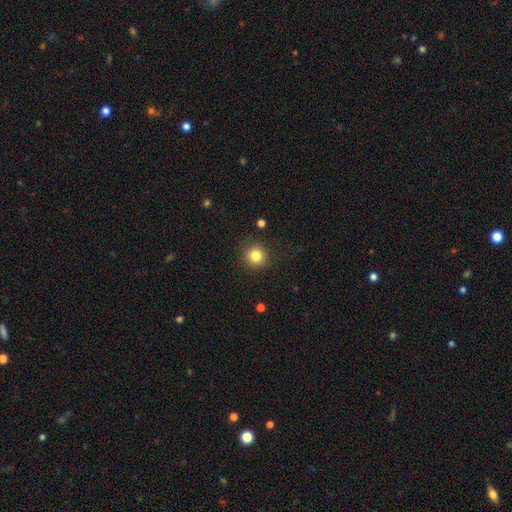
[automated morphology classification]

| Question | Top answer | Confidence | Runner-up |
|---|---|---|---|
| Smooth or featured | smooth | 83% | star or artifact (11%) |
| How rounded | round | 93% | in between (6%) |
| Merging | none | 89% | minor disturbance (7%) |